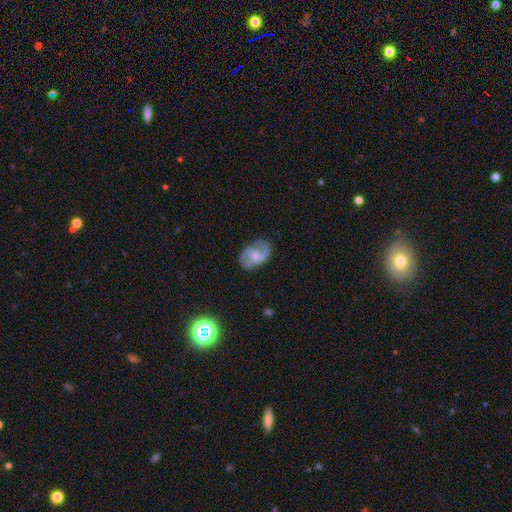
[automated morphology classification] This appears to be a featured or disk galaxy (67%) with no bar (50%), 2 (81%) medium (46%) spiral arms (90%) and a small central bulge (45%). Merging: none (67%).